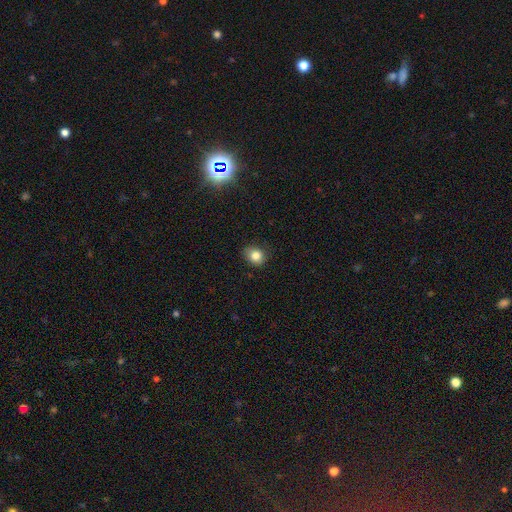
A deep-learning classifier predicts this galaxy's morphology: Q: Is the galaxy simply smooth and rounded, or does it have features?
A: smooth — 83%.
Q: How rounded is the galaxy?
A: round — 66%.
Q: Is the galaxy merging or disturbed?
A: none — 81%.